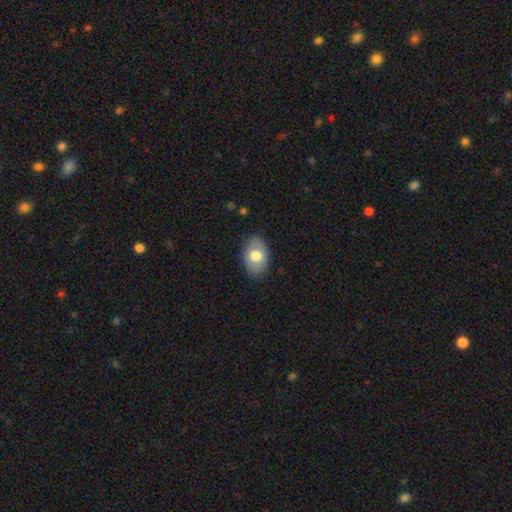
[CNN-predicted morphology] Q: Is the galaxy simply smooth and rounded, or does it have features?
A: smooth — 71%.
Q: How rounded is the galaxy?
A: in between — 86%.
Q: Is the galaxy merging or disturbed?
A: none — 84%.